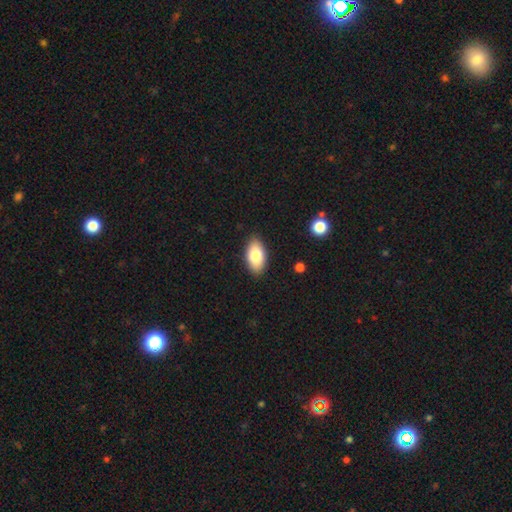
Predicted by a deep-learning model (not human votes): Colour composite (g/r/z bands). It shows a smooth galaxy with no disk features (80%) that is in between round and cigar-shaped (93%). Merging: none (88%).